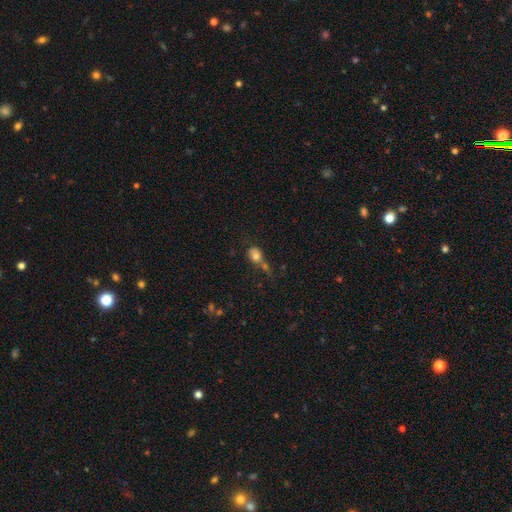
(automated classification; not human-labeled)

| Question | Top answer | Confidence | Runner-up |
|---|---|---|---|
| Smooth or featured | smooth | 74% | featured or disk (15%) |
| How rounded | in between | 50% | round (47%) |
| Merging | merger | 43% | none (26%) |